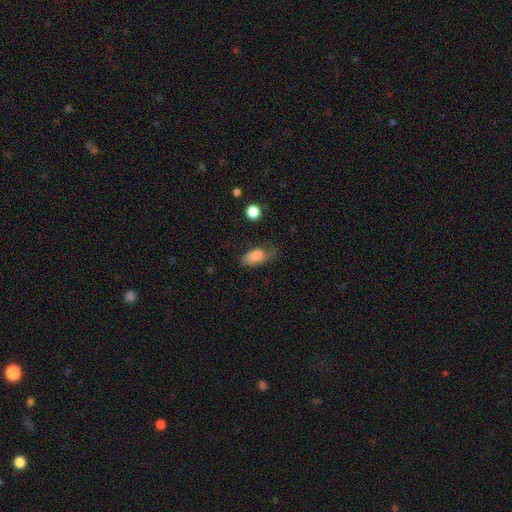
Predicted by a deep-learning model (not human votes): smooth_or_featured: smooth (p=0.82) [alt: featured or disk p=0.11]
how_rounded: in between (p=0.89) [alt: cigar-shaped p=0.06]
merging: none (p=0.49) [alt: minor disturbance p=0.35]